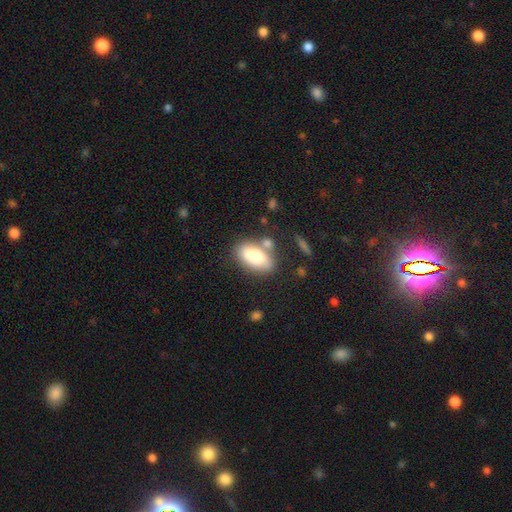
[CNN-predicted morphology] The model was most divided on "merging": none: 61%, merger: 17%, minor disturbance: 16%, major disturbance: 6%. More confident: how rounded — in between (90%); smooth or featured — smooth (75%).